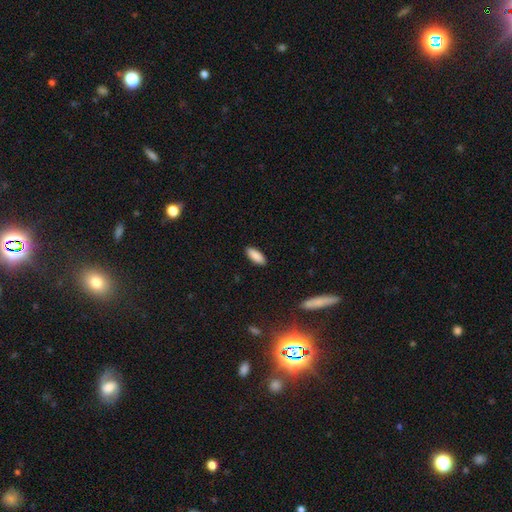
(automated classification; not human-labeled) The model was most divided on "how rounded": in between: 74%, cigar-shaped: 24%, round: 2%. More confident: merging — none (89%); smooth or featured — smooth (89%).